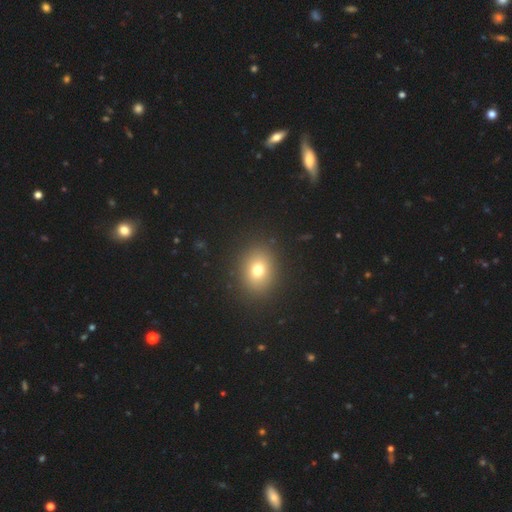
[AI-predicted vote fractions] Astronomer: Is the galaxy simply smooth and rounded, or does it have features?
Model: smooth — 67%.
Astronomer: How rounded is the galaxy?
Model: round — 58% (runner-up: in between, 40%).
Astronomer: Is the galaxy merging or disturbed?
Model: none — 91%.